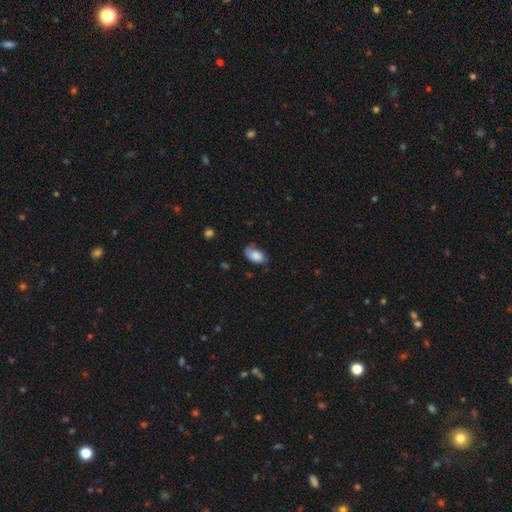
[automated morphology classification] A smooth galaxy with no disk features (80%) that is in between round and cigar-shaped (91%).

Vote fractions:
- Smooth or featured? smooth: 80% / featured or disk: 13% / star or artifact: 7%
- How rounded? in between: 91% / round: 7% / cigar-shaped: 2%
- Merging? none: 56% / minor disturbance: 33% / major disturbance: 10% / merger: 2%